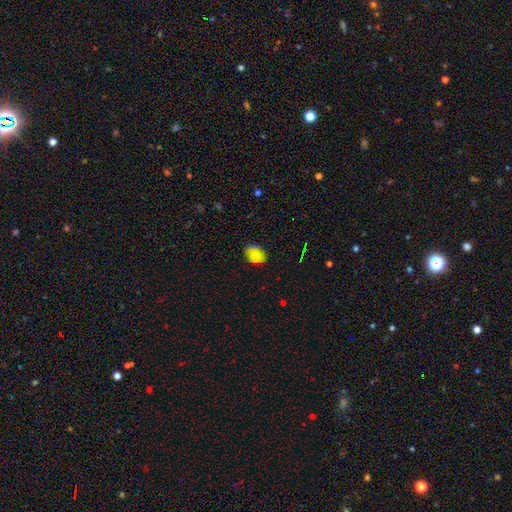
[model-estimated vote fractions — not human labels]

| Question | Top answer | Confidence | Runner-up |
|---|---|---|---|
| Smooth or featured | smooth | 69% | star or artifact (19%) |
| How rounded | in between | 67% | round (32%) |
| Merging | none | 71% | minor disturbance (22%) |